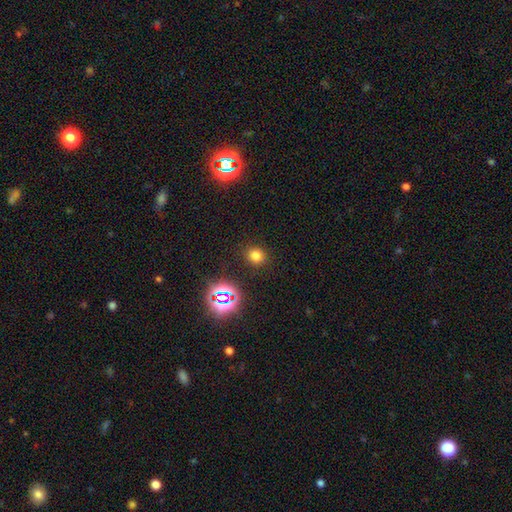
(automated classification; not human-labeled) This appears to be a smooth galaxy with no disk features (72%) that is round (80%). Merging: none (88%).